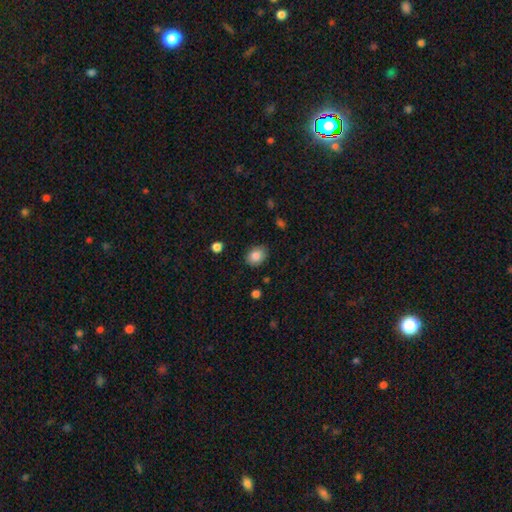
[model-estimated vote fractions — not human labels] Q: Smooth or featured?
A: smooth (85%); runner-up: star or artifact (8%)
Q: How rounded?
A: in between (63%); runner-up: round (36%)
Q: Merging?
A: none (84%); runner-up: minor disturbance (12%)